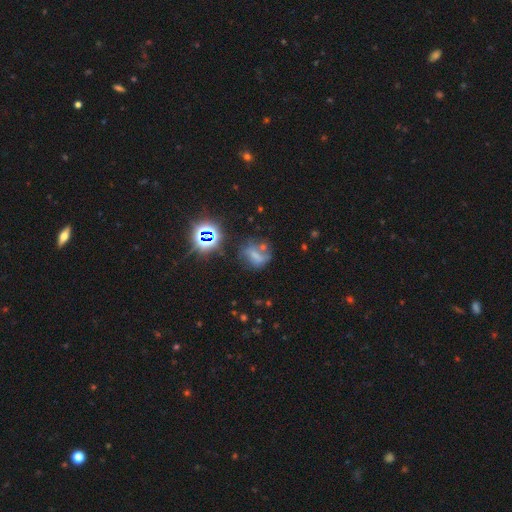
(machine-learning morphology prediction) Overall: smooth (45%; star or artifact 30%). Merging: none (42%; minor disturbance 23%).